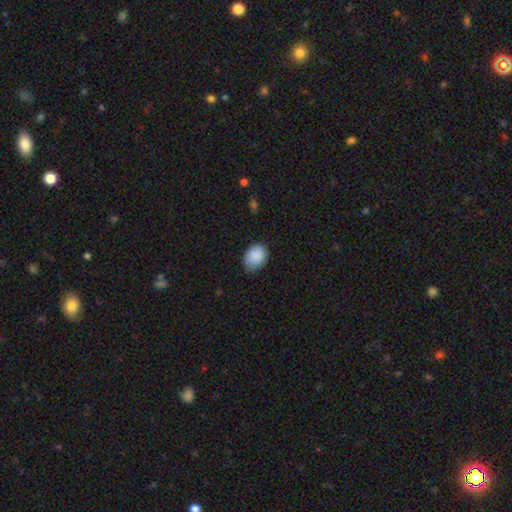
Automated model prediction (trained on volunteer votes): This is clearly a smooth galaxy (89%). How rounded: possibly in between (59%). Merging: likely none (71%).